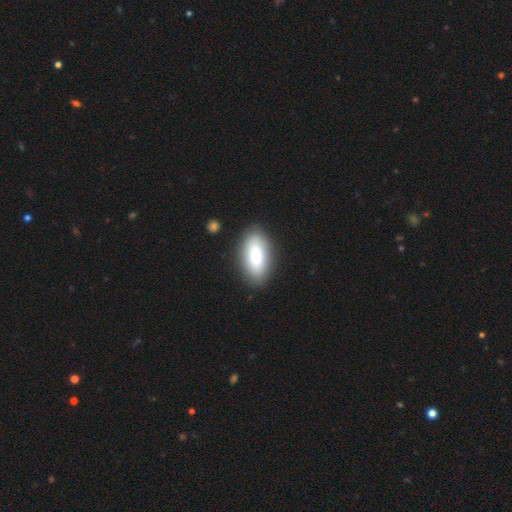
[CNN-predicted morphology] A smooth galaxy with no disk features (81%) that is in between round and cigar-shaped (89%).

Vote fractions:
- Smooth or featured? smooth: 81% / featured or disk: 13% / star or artifact: 6%
- How rounded? in between: 89% / cigar-shaped: 8% / round: 3%
- Merging? none: 85% / minor disturbance: 10% / major disturbance: 3% / merger: 2%